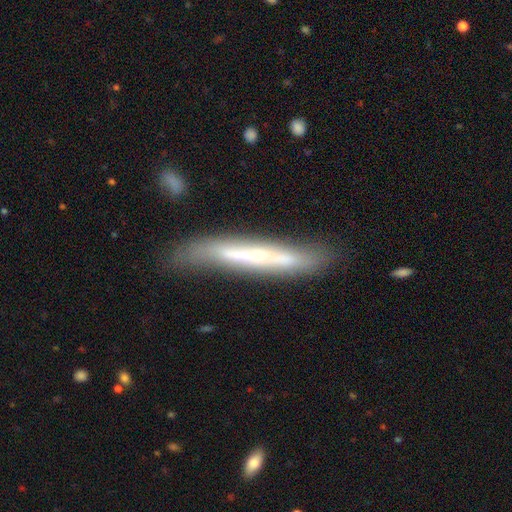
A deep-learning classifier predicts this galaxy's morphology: Q: Smooth or featured?
A: featured or disk (65%); runner-up: smooth (29%)
Q: Edge-on disk?
A: yes (82%); runner-up: no (18%)
Q: Edge-on bulge?
A: rounded (58%); runner-up: none (34%)
Q: Merging?
A: none (76%); runner-up: minor disturbance (17%)